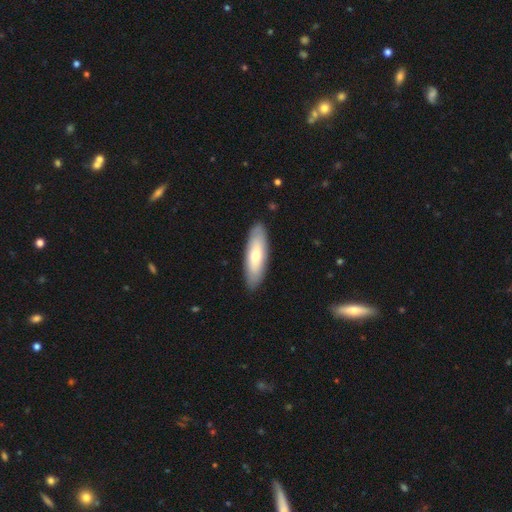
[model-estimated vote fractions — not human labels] Smooth or featured? Predicted: smooth (p=0.63). How rounded? Predicted: in between (p=0.50). Merging? Predicted: none (p=0.89).